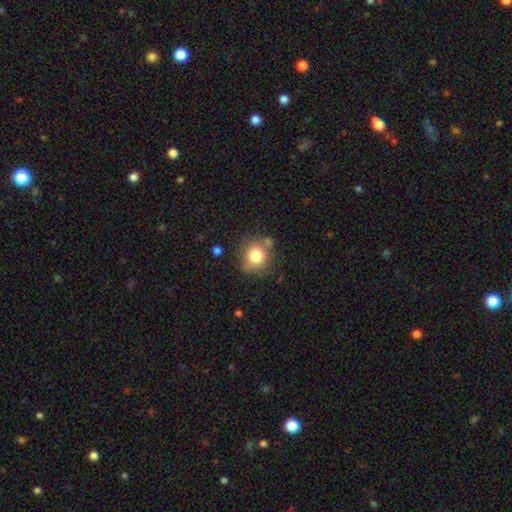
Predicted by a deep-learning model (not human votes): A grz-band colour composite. It shows a smooth galaxy with no disk features (79%) that is round (87%). Merging: none (72%).